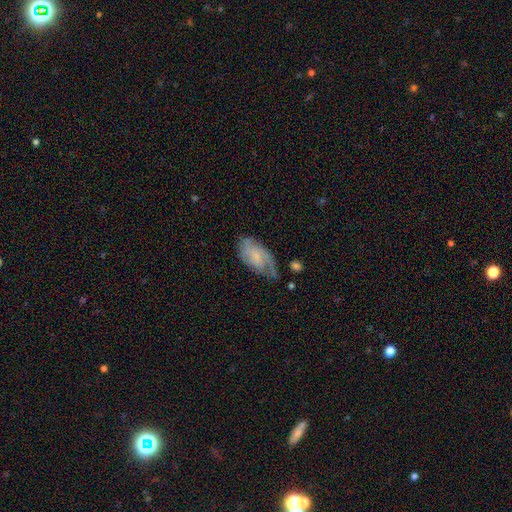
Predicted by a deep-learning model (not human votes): Smooth or featured? Predicted: featured or disk (p=0.62). Edge-on disk? Predicted: no (p=0.95). Bar? Predicted: no (p=0.59). Spiral arms? Predicted: yes (p=0.88). Spiral winding? Predicted: medium (p=0.41). Spiral arm count? Predicted: 2 (p=0.40). Bulge size? Predicted: small (p=0.56). Merging? Predicted: none (p=0.50).